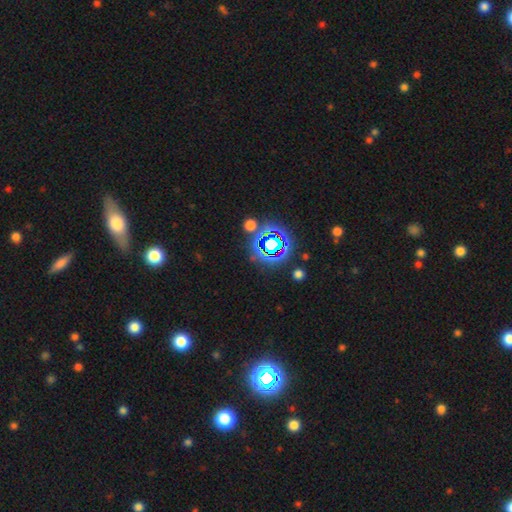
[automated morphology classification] smooth_or_featured: star or artifact (p=0.64) [alt: smooth p=0.22]